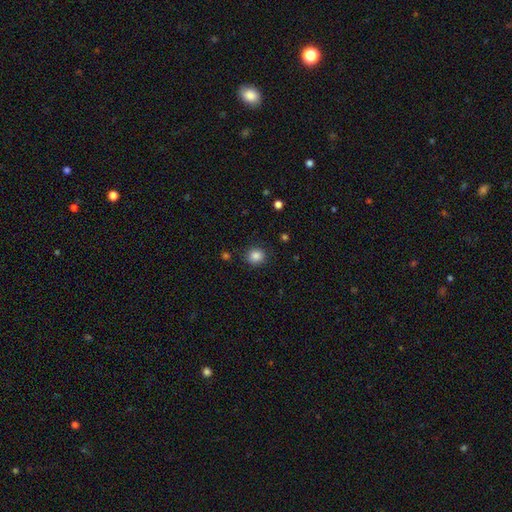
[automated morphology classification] Q: Smooth or featured?
A: smooth (86%); runner-up: star or artifact (10%)
Q: How rounded?
A: round (83%); runner-up: in between (16%)
Q: Merging?
A: none (86%); runner-up: minor disturbance (10%)